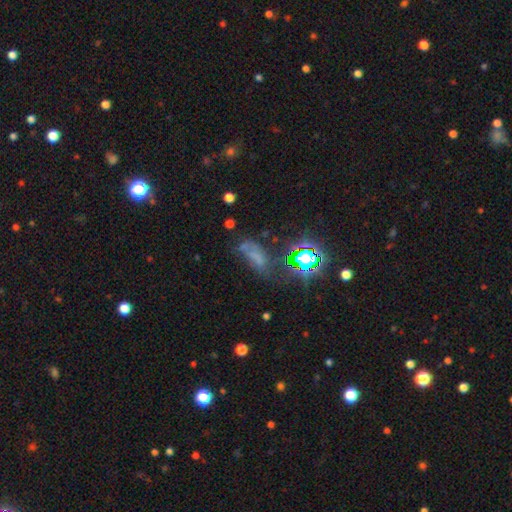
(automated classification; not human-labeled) This is marginally a smooth galaxy (41%). Merging: marginally none (42%).